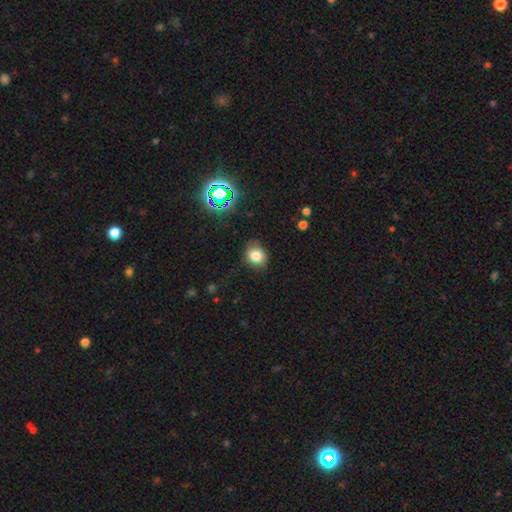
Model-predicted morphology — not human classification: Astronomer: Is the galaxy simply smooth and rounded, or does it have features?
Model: smooth — 79%.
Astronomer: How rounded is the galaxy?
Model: round — 67%.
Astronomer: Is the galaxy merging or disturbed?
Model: none — 76%.